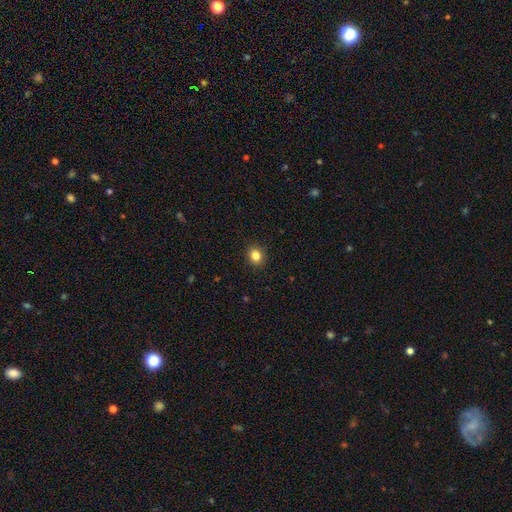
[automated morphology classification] A smooth galaxy with no disk features (84%) that is round (66%). Merging: none (91%).